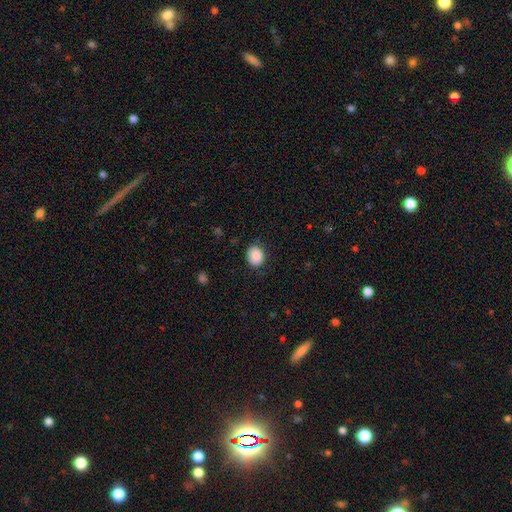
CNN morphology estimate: This appears to be a smooth galaxy with no disk features (88%) that is round (54%). Merging: none (83%).